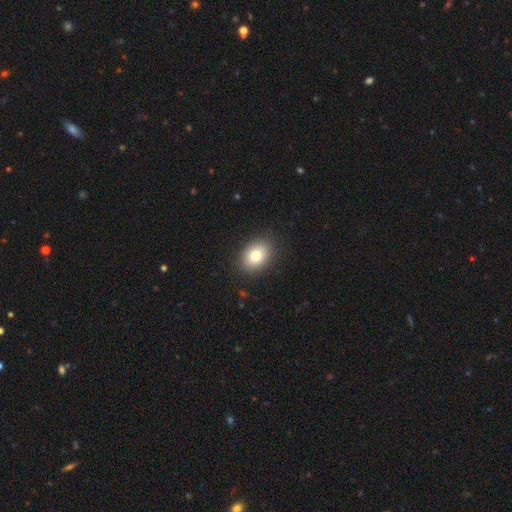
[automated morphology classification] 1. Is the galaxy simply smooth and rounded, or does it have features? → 80% smooth, 11% featured or disk, 9% star or artifact.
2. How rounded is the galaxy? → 70% in between, 29% round, 1% cigar-shaped.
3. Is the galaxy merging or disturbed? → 88% none, 8% minor disturbance, 2% major disturbance, 1% merger.